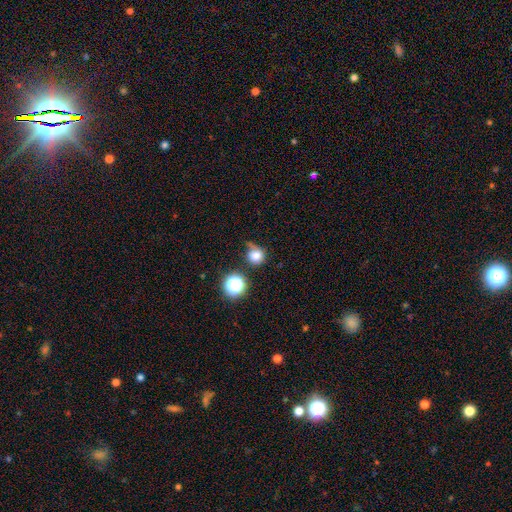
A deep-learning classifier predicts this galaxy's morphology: Smooth or featured? smooth (76%)
How rounded? round (87%)
Merging? none (49%)